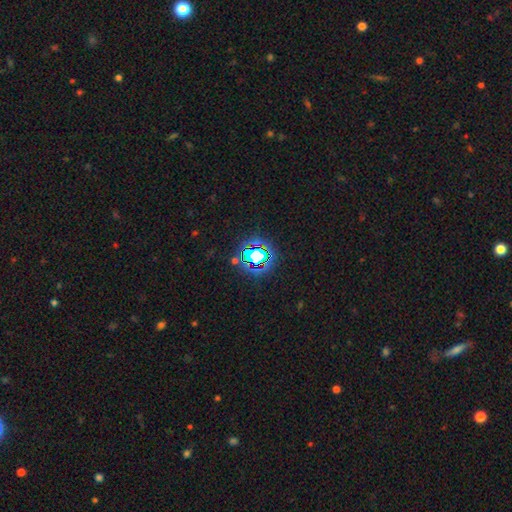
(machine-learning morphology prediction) Smooth or featured? star or artifact (63%)